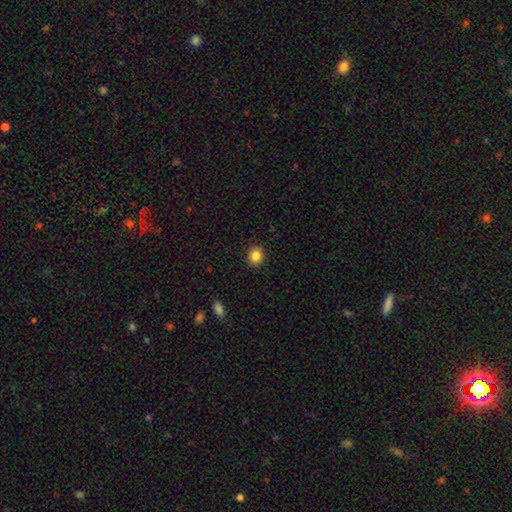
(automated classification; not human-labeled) This appears to be a smooth galaxy with no disk features (86%) that is round (71%). Merging: none (90%).